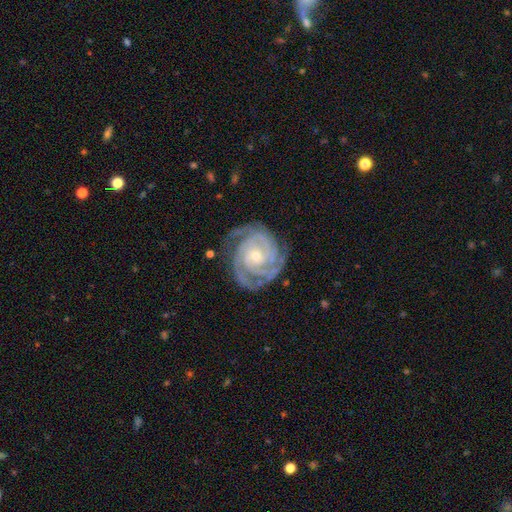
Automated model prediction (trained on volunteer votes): The model was most divided on "spiral arm count": 2: 36%, 3: 35%, 4: 11%, can't tell: 9%, more than 4: 5%, 1: 5%. More confident: spiral arms — yes (99%); edge-on disk — no (98%); smooth or featured — featured or disk (93%); spiral winding — tight (80%); merging — none (78%); bar — no (69%); bulge size — small (64%).